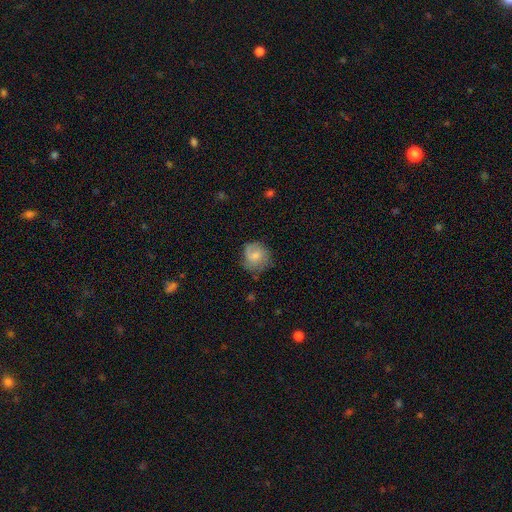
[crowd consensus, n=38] Q: Smooth or featured?
A: smooth (63%); runner-up: featured or disk (32%)
Q: How rounded?
A: round (79%); runner-up: in between (17%)
Q: Merging?
A: none (64%); runner-up: minor disturbance (19%)